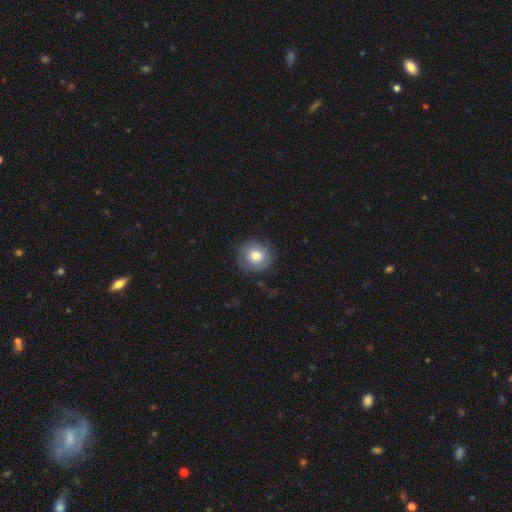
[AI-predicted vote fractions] This is likely a smooth galaxy (71%). How rounded: clearly round (92%). Merging: likely none (77%).